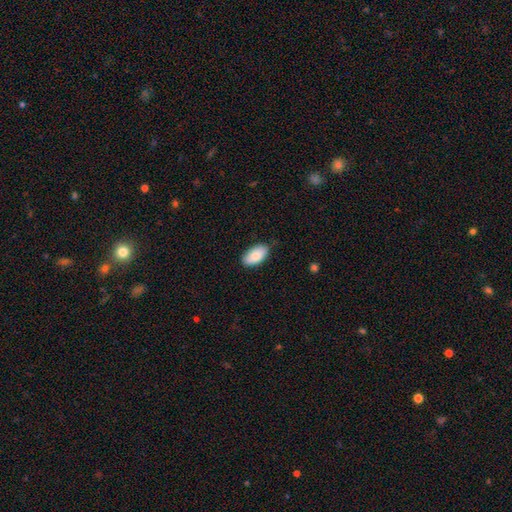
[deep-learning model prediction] Morphology: type=smooth (86%); roundness=in between (95%); merging=none (80%).